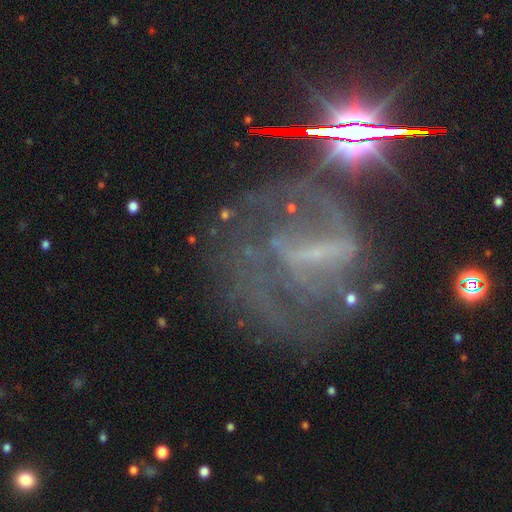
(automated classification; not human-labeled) A featured or disk galaxy (60%) with a strong bar (42%), spiral arms (61%) and no central bulge (50%). Merging: none (46%).